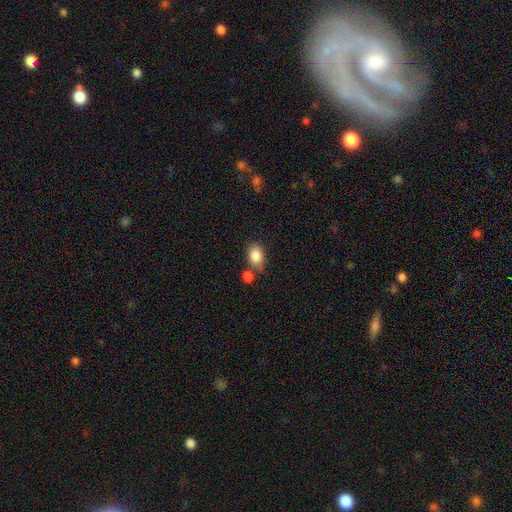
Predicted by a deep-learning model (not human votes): Q: Smooth or featured?
A: smooth (86%); runner-up: star or artifact (8%)
Q: How rounded?
A: in between (74%); runner-up: round (24%)
Q: Merging?
A: none (63%); runner-up: merger (18%)